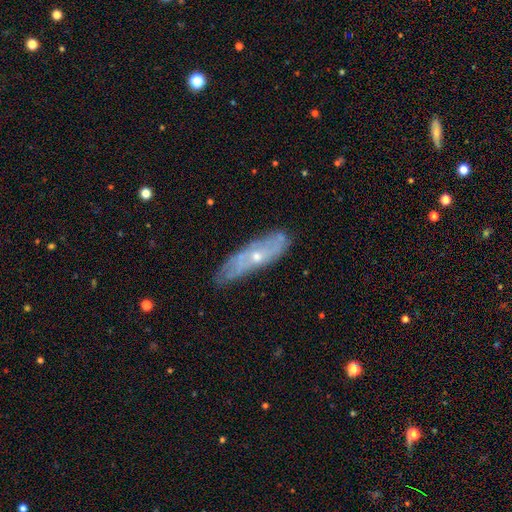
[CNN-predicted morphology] A featured or disk galaxy (66%).

Vote fractions:
- Smooth or featured? featured or disk: 66% / smooth: 25% / star or artifact: 8%
- Edge-on disk? no: 63% / yes: 37%
- Merging? none: 76% / minor disturbance: 19% / major disturbance: 4% / merger: 2%